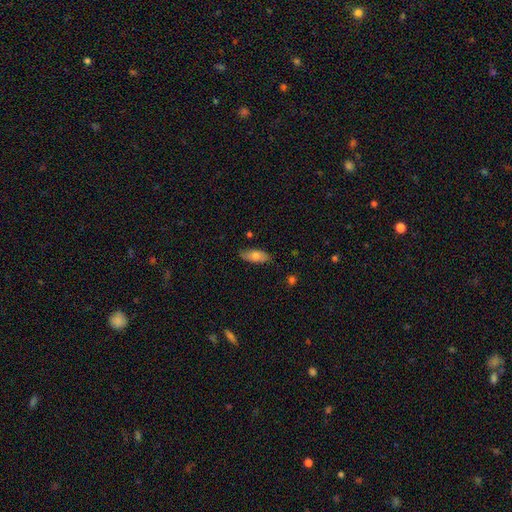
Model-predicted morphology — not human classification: This is likely a smooth galaxy (74%). How rounded: clearly in between (83%). Merging: clearly none (82%).